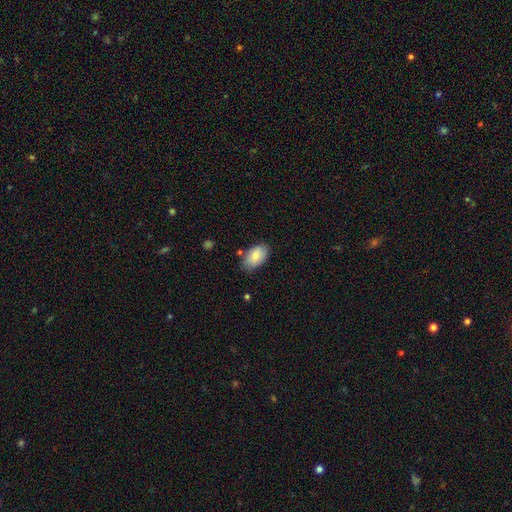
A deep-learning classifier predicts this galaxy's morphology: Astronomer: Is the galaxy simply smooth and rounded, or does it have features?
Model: smooth — 83%.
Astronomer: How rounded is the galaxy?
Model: in between — 94%.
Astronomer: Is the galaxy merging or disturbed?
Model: none — 77%.